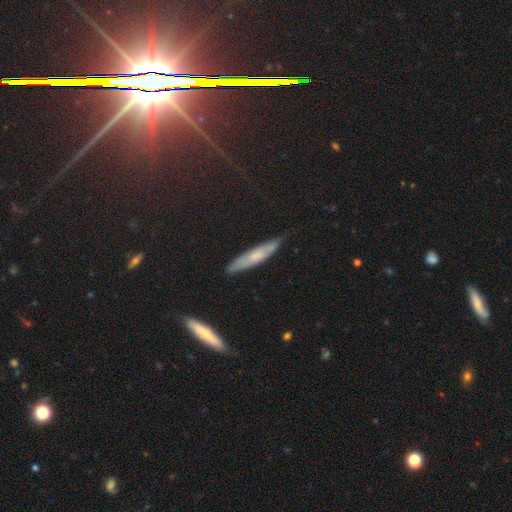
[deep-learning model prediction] A smooth galaxy with no disk features (52%) that is cigar-shaped (87%).

Vote fractions:
- Smooth or featured? smooth: 52% / featured or disk: 40% / star or artifact: 8%
- How rounded? cigar-shaped: 87% / in between: 11% / round: 2%
- Merging? none: 79% / minor disturbance: 16% / major disturbance: 3% / merger: 2%